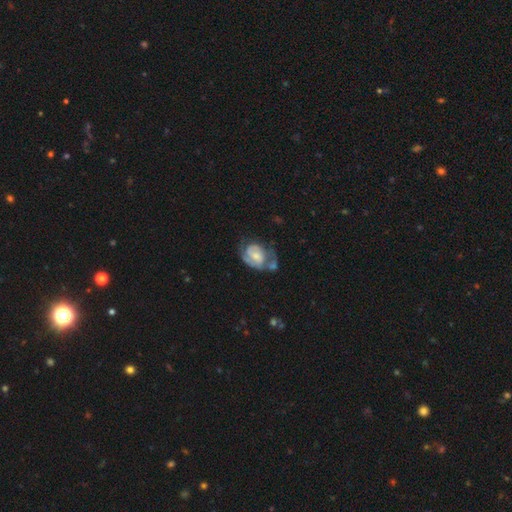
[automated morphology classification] Smooth or featured?
  - featured or disk: 66% *
  - smooth: 28%
  - star or artifact: 6%
Edge-on disk?
  - no: 97% *
  - yes: 3%
Bar?
  - no: 56% *
  - weak: 35%
  - strong: 9%
Spiral arms?
  - yes: 76% *
  - no: 24%
Bulge size?
  - moderate: 41% *
  - small: 38%
  - large: 10%
  - none: 9%
  - dominant: 2%
Merging?
  - none: 33% *
  - major disturbance: 26%
  - minor disturbance: 25%
  - merger: 16%